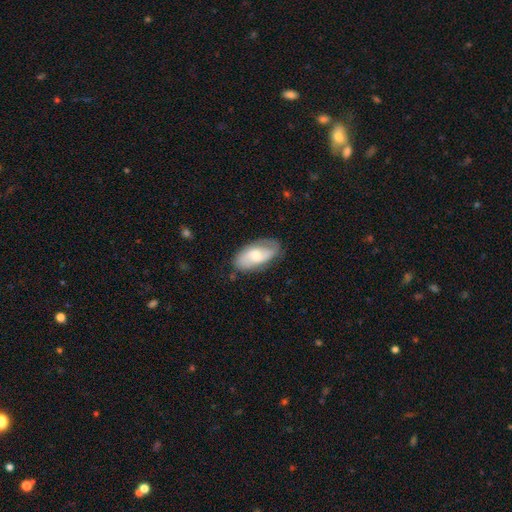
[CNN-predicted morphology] The model was most divided on "smooth or featured": featured or disk: 51%, smooth: 43%, star or artifact: 6%. More confident: edge-on disk — no (92%); merging — none (74%).